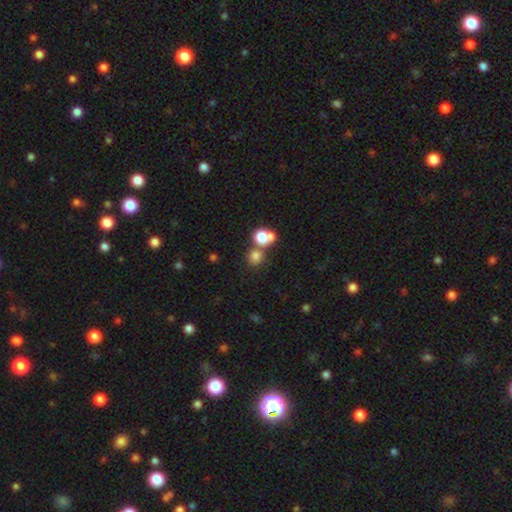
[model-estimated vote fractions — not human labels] A smooth galaxy with no disk features (74%) that is round (86%).

Vote fractions:
- Smooth or featured? smooth: 74% / star or artifact: 17% / featured or disk: 9%
- How rounded? round: 86% / in between: 13% / cigar-shaped: 1%
- Merging? none: 57% / merger: 31% / minor disturbance: 7% / major disturbance: 4%